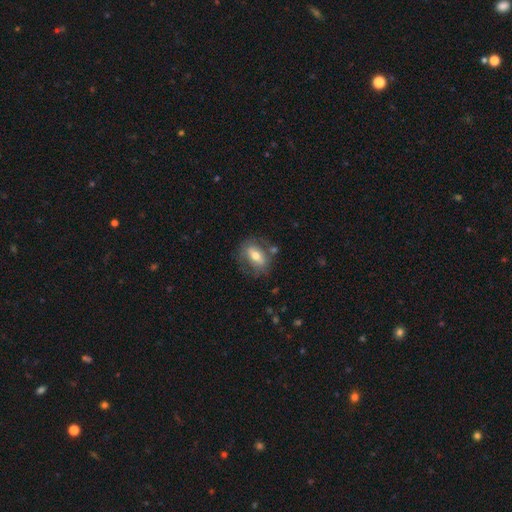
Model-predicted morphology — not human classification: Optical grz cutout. It shows a smooth galaxy with no disk features (51%) that is in between round and cigar-shaped (76%). Merging: none (65%).